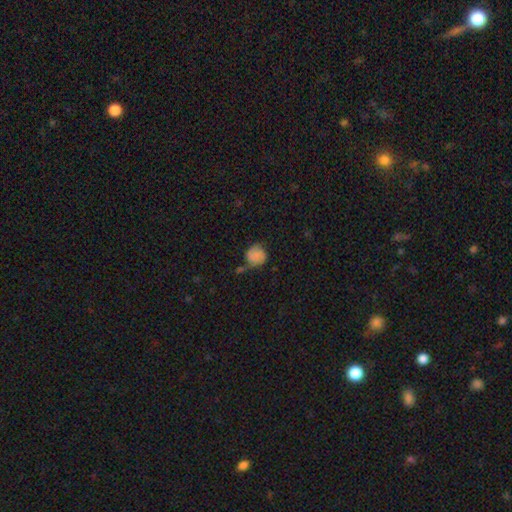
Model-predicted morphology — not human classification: This appears to be a smooth galaxy with no disk features (68%) that is round (82%). Merging: none (48%).